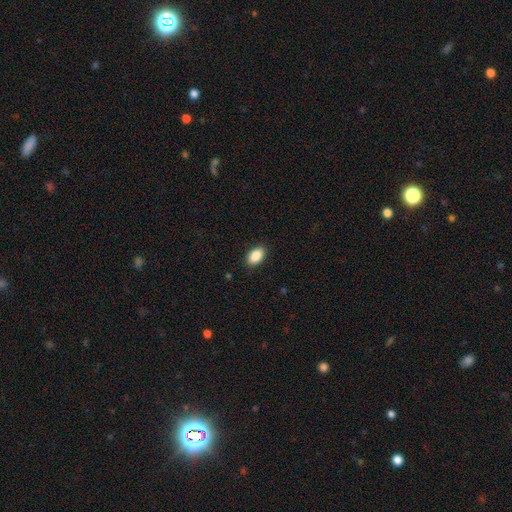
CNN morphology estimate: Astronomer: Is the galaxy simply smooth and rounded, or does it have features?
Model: smooth — 88%.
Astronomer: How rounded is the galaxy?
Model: in between — 92%.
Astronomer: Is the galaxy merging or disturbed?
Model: none — 89%.